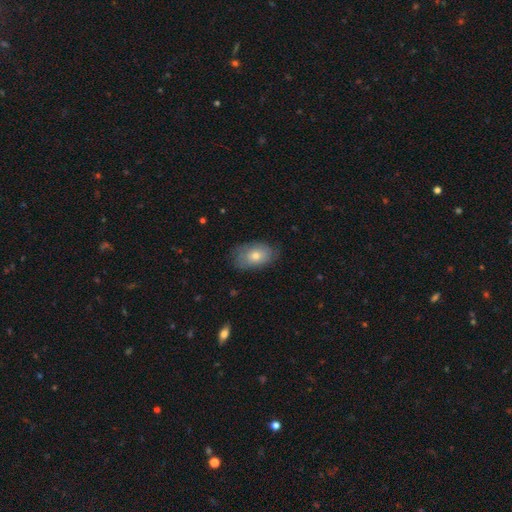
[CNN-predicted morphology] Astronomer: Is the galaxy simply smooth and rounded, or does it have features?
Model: smooth — 60%.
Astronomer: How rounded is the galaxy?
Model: in between — 89%.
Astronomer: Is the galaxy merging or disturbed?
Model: none — 75%.